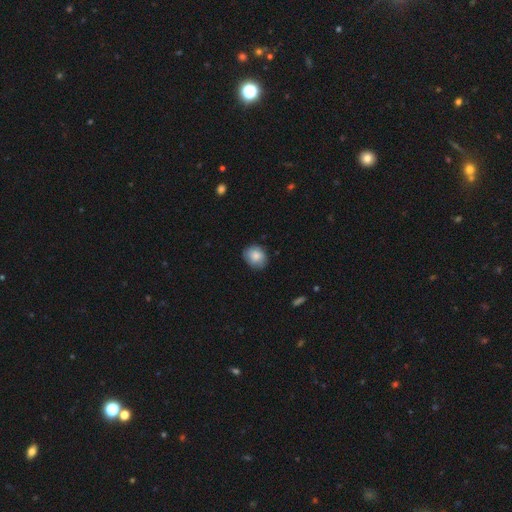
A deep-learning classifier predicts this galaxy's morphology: smooth 82%, featured or disk 11%, star or artifact 7%. Down the decision tree: how rounded — round (60%); merging — none (78%).